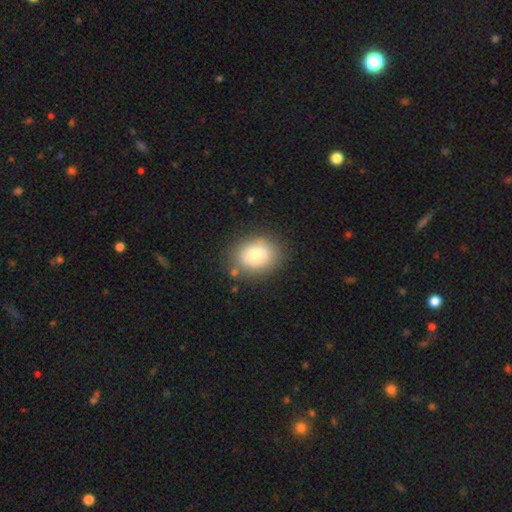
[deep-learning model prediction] A smooth galaxy with no disk features (78%) that is in between round and cigar-shaped (51%). Merging: none (80%).